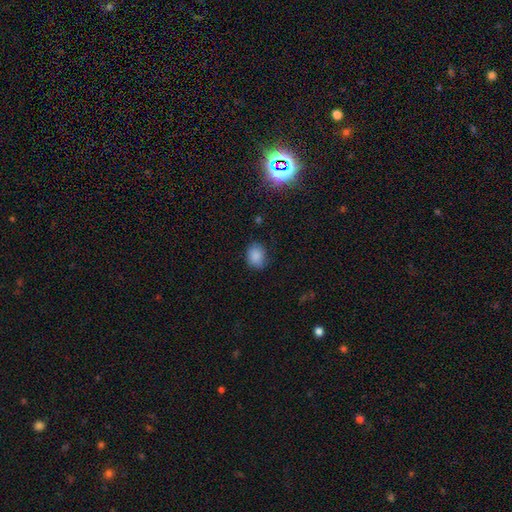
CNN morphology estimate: Overall: smooth (86%). How rounded: round (50%, tied with in between). Merging: none (80%).